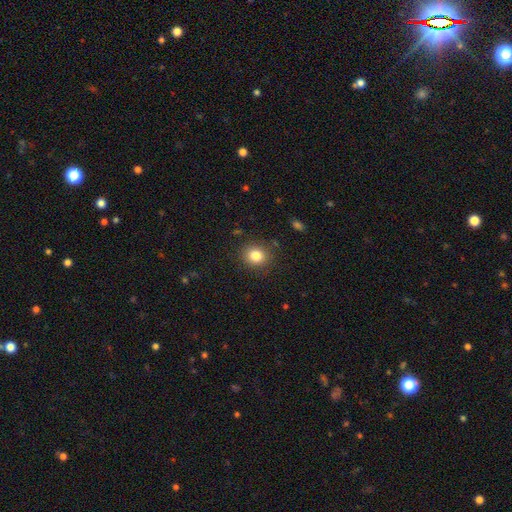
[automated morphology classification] Smooth or featured: smooth — 82% (star or artifact — 11%)
How rounded: round — 78% (in between — 21%)
Merging: none — 88% (minor disturbance — 8%)